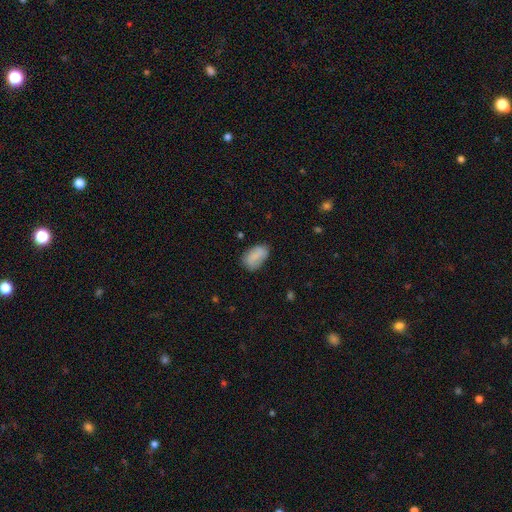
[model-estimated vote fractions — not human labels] This is clearly a smooth galaxy (80%). How rounded: clearly in between (91%). Merging: likely none (67%).